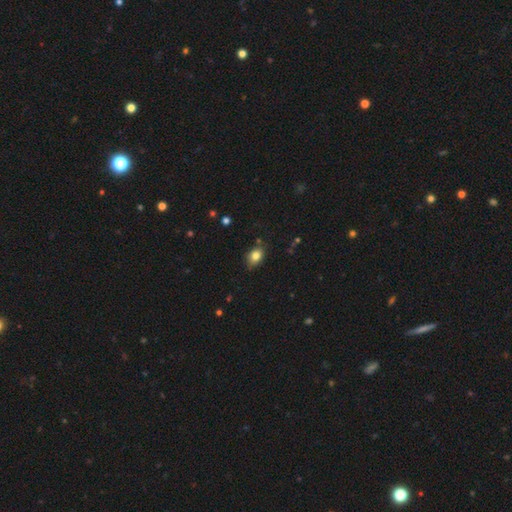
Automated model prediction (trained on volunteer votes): Smooth or featured? Predicted: smooth (p=0.82). How rounded? Predicted: in between (p=0.68). Merging? Predicted: none (p=0.76).